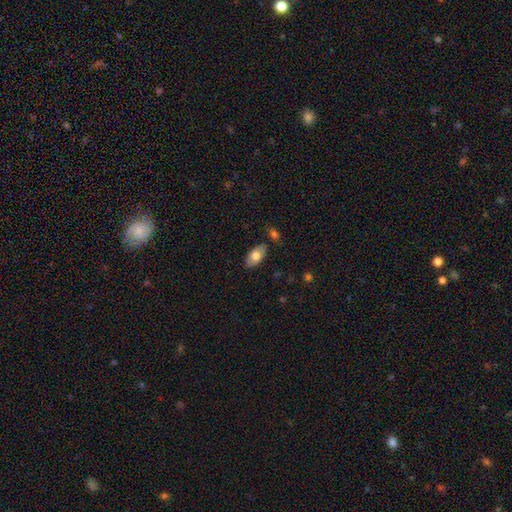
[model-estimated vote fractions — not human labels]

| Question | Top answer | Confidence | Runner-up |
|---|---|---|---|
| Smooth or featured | smooth | 74% | featured or disk (20%) |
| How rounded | in between | 94% | round (4%) |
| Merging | none | 81% | minor disturbance (12%) |